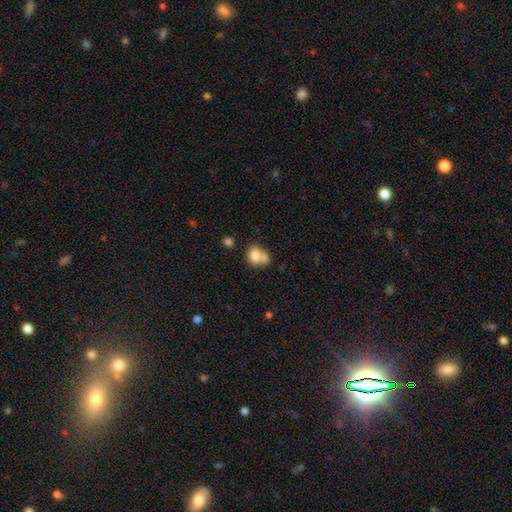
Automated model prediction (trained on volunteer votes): smooth 76%, featured or disk 15%, star or artifact 9%. Down the decision tree: how rounded — round (61%); merging — merger (53%).